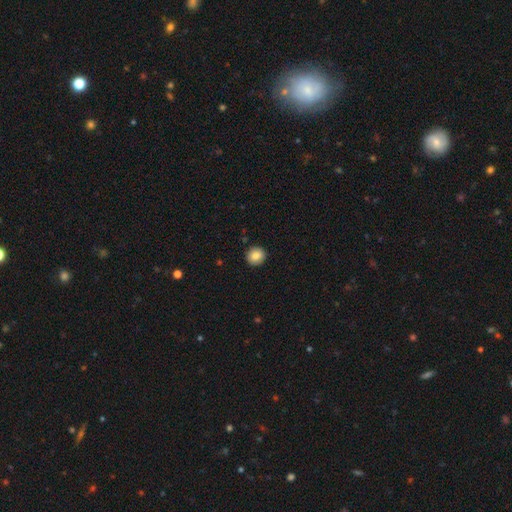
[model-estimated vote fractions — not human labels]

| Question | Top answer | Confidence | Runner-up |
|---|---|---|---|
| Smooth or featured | smooth | 86% | star or artifact (9%) |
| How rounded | round | 92% | in between (7%) |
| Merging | none | 92% | minor disturbance (6%) |